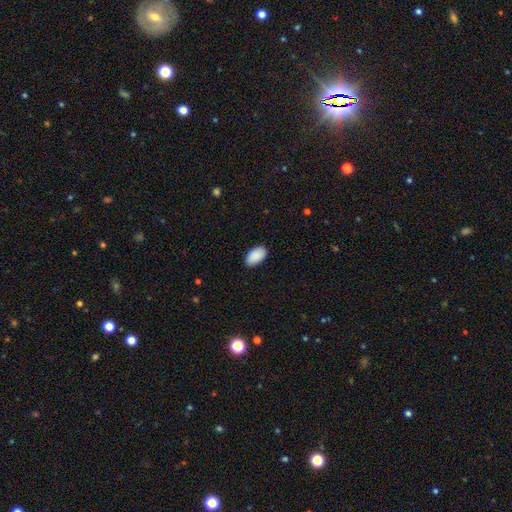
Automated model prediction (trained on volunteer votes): smooth_or_featured: smooth (p=0.91) [alt: star or artifact p=0.06]
how_rounded: in between (p=0.95) [alt: round p=0.04]
merging: none (p=0.88) [alt: minor disturbance p=0.09]